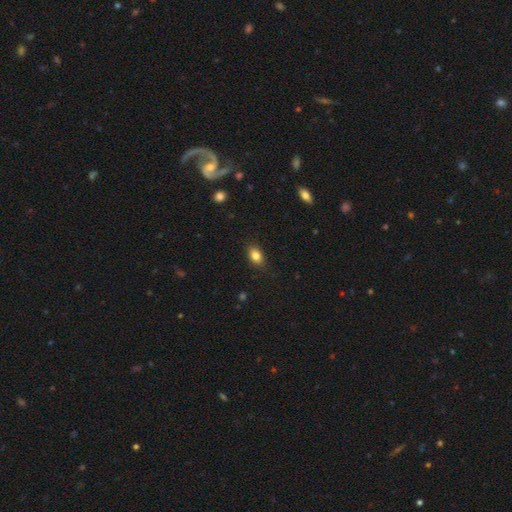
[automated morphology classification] type=smooth (83%); roundness=in between (82%); merging=none (85%).